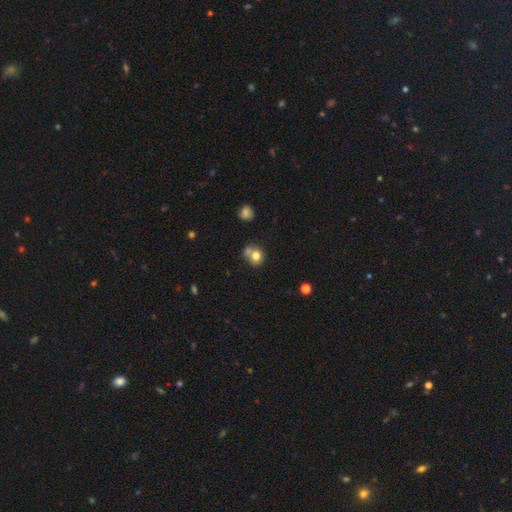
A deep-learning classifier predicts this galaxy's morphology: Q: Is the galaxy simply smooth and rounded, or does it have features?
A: smooth — 76%.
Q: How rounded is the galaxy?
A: round — 76%.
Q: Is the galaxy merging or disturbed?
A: none — 46%.